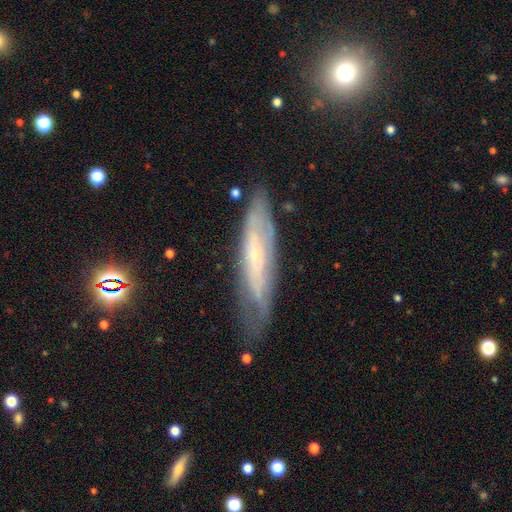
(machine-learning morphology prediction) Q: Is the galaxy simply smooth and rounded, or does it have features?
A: featured or disk — 61%.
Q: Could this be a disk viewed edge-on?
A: no — 50%, tied with yes.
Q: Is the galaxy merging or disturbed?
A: none — 69%.